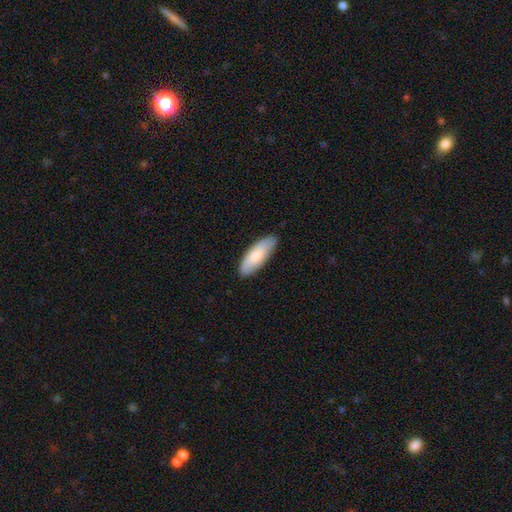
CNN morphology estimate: Smooth or featured? Predicted: smooth (p=0.76). How rounded? Predicted: in between (p=0.69). Merging? Predicted: none (p=0.86).